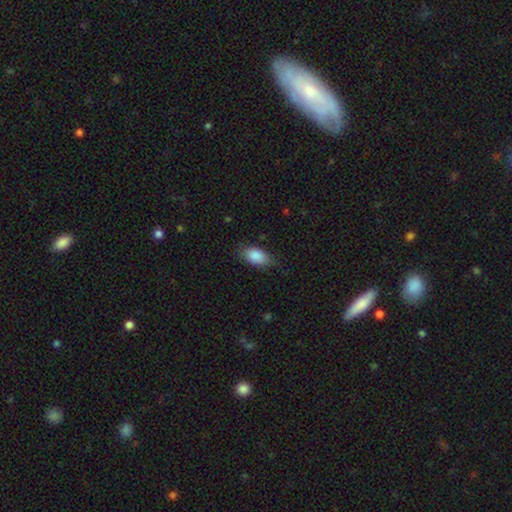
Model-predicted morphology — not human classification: smooth-or-featured: smooth: 88% | star or artifact: 7% | featured or disk: 5%
  how-rounded: in between: 91% | round: 5% | cigar-shaped: 4%
  merging: none: 74% | minor disturbance: 20% | major disturbance: 5% | merger: 1%